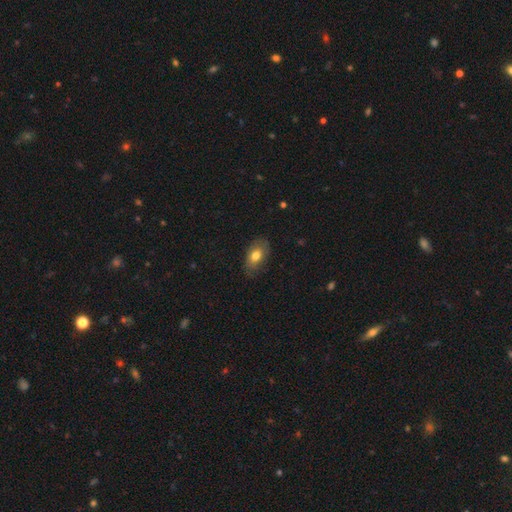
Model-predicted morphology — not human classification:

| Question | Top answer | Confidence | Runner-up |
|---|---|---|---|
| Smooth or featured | smooth | 73% | featured or disk (20%) |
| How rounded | in between | 89% | round (10%) |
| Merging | none | 75% | minor disturbance (19%) |